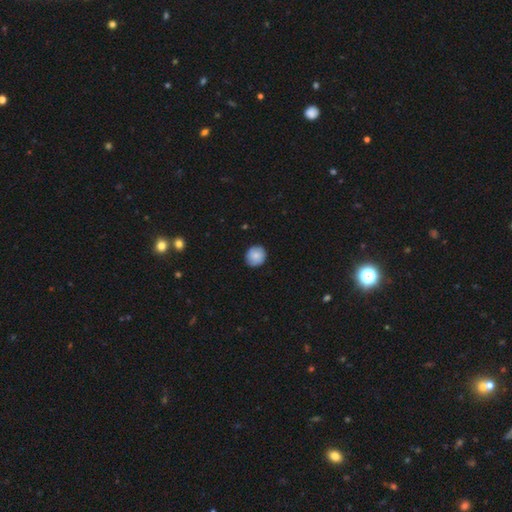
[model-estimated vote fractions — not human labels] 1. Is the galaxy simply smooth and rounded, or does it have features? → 80% smooth, 13% featured or disk, 7% star or artifact.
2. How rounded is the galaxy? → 89% round, 10% in between, 1% cigar-shaped.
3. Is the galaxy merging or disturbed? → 86% none, 11% minor disturbance, 2% major disturbance, 1% merger.